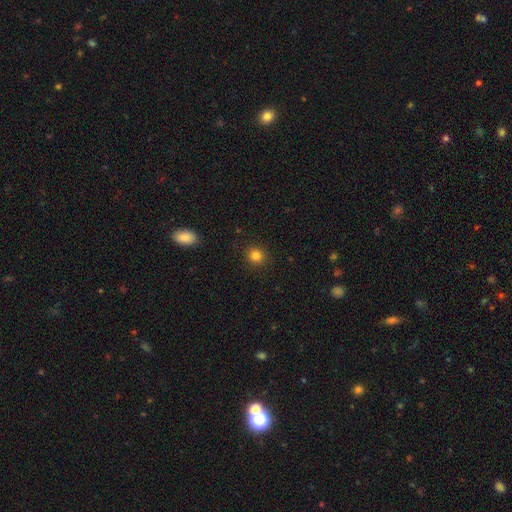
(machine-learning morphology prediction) Smooth or featured? Predicted: smooth (p=0.83). How rounded? Predicted: round (p=0.91). Merging? Predicted: none (p=0.91).